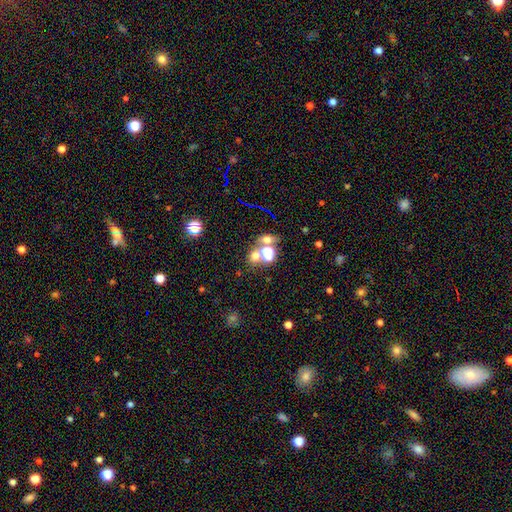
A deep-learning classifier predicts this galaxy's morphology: Smooth or featured: smooth — 56% (star or artifact — 33%)
How rounded: round — 69% (in between — 29%)
Merging: none — 53% (merger — 35%)